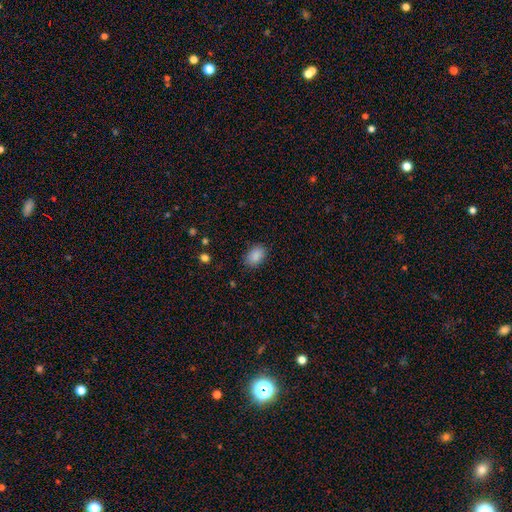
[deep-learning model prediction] Smooth or featured?
  - smooth: 88% *
  - star or artifact: 8%
  - featured or disk: 4%
How rounded?
  - in between: 84% *
  - round: 15%
  - cigar-shaped: 1%
Merging?
  - none: 84% *
  - minor disturbance: 12%
  - major disturbance: 3%
  - merger: 1%